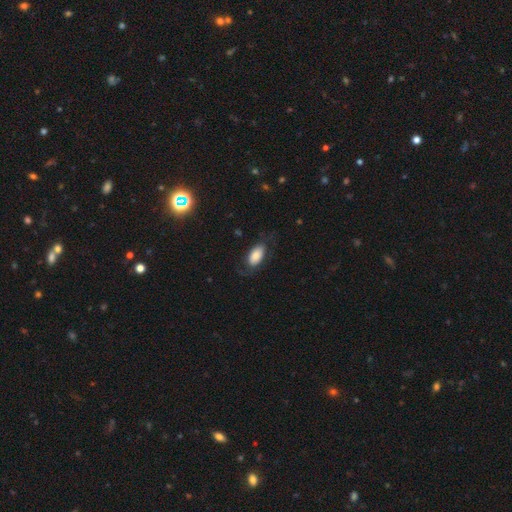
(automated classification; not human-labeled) The model was most divided on "merging": none: 67%, minor disturbance: 19%, major disturbance: 12%, merger: 1%. More confident: how rounded — in between (93%); smooth or featured — smooth (77%).